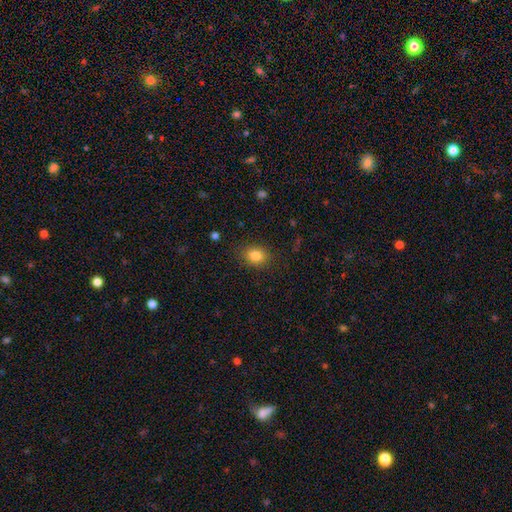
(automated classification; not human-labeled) smooth-or-featured: smooth: 84% | star or artifact: 10% | featured or disk: 6%
  how-rounded: in between: 54% | round: 45% | cigar-shaped: 1%
  merging: none: 85% | minor disturbance: 11% | major disturbance: 3% | merger: 1%